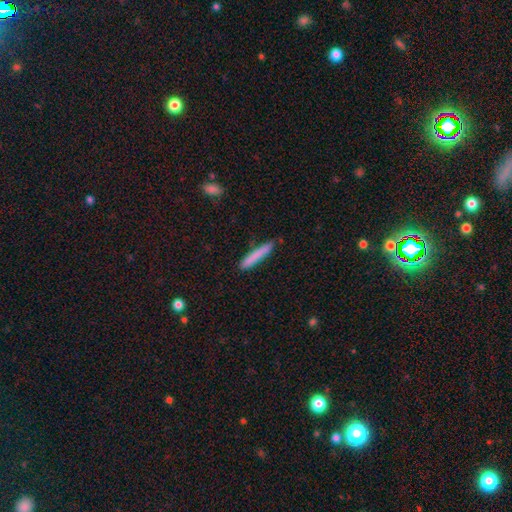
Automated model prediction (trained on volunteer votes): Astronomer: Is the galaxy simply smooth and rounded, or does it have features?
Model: smooth — 80%.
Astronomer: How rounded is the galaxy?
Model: cigar-shaped — 95%.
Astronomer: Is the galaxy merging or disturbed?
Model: none — 84%.